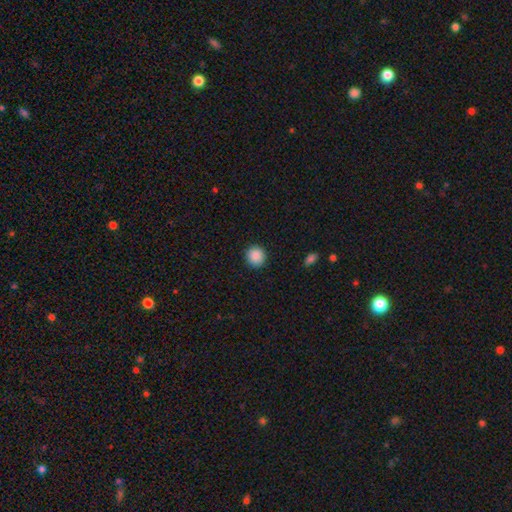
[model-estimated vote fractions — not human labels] smooth_or_featured: smooth (p=0.88) [alt: star or artifact p=0.09]
how_rounded: round (p=0.89) [alt: in between p=0.10]
merging: none (p=0.91) [alt: minor disturbance p=0.06]